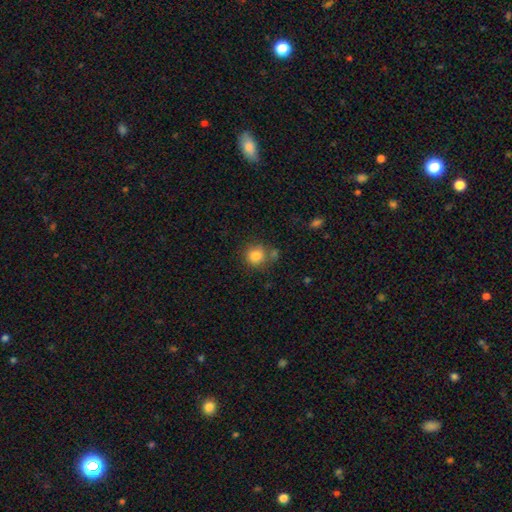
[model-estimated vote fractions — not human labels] Q: Smooth or featured?
A: smooth (84%); runner-up: star or artifact (10%)
Q: How rounded?
A: round (90%); runner-up: in between (9%)
Q: Merging?
A: none (71%); runner-up: minor disturbance (13%)